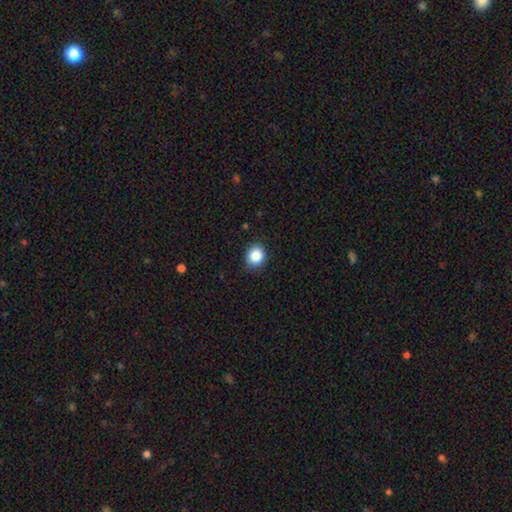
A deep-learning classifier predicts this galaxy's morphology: A smooth galaxy with no disk features (87%) that is round (80%).

Vote fractions:
- Smooth or featured? smooth: 87% / star or artifact: 9% / featured or disk: 3%
- How rounded? round: 80% / in between: 19% / cigar-shaped: 1%
- Merging? none: 86% / minor disturbance: 11% / major disturbance: 2% / merger: 1%